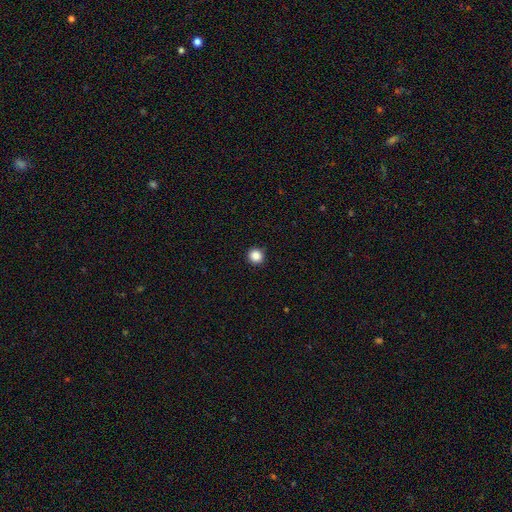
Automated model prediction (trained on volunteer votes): This is clearly a smooth galaxy (86%). How rounded: clearly round (94%). Merging: clearly none (93%).